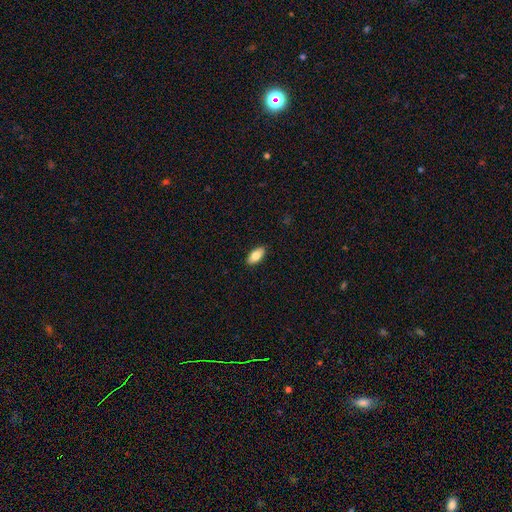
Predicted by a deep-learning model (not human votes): The model was most divided on "smooth or featured": smooth: 82%, featured or disk: 12%, star or artifact: 6%. More confident: how rounded — in between (91%); merging — none (90%).